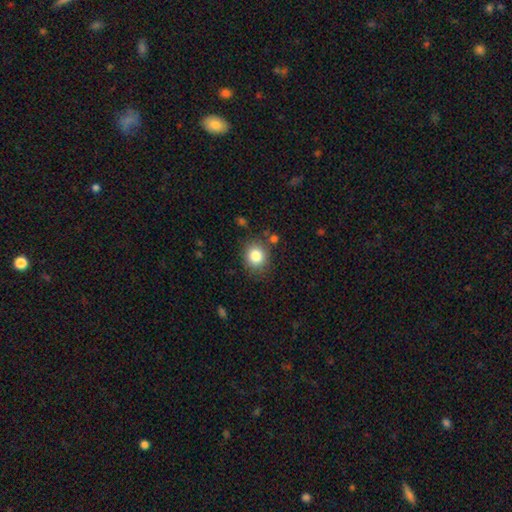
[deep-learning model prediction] A smooth galaxy with no disk features (83%) that is round (75%). Merging: none (81%).